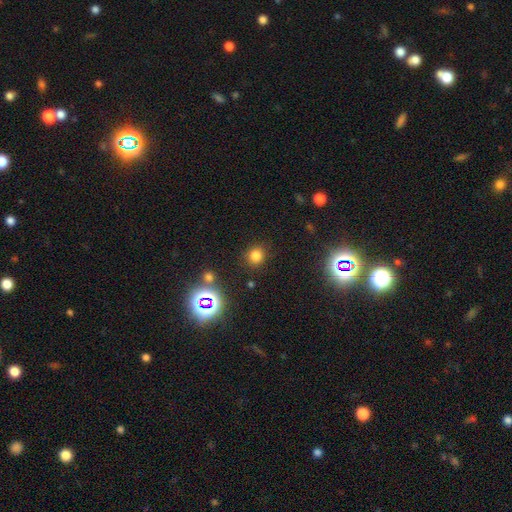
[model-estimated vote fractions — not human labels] Smooth or featured? smooth (75%)
How rounded? round (85%)
Merging? none (86%)